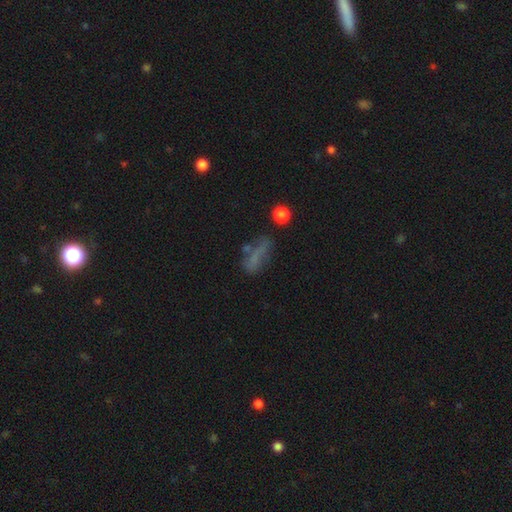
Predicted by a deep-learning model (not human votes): A smooth galaxy with no disk features (58%) that is in between round and cigar-shaped (49%).

Vote fractions:
- Smooth or featured? smooth: 58% / featured or disk: 24% / star or artifact: 17%
- How rounded? in between: 49% / cigar-shaped: 45% / round: 6%
- Merging? none: 52% / minor disturbance: 23% / major disturbance: 17% / merger: 8%